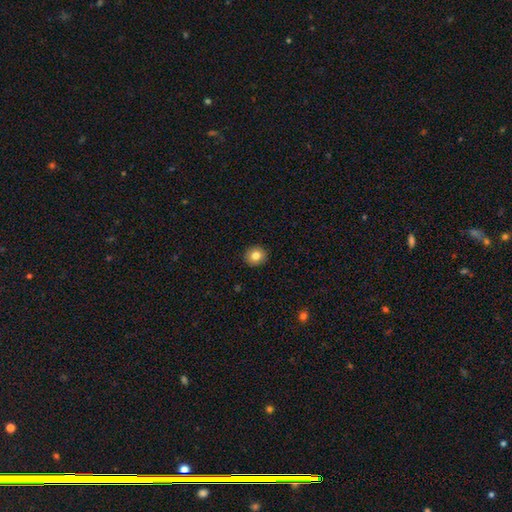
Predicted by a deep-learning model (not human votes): Morphology: type=smooth (81%); roundness=round (86%); merging=none (92%).